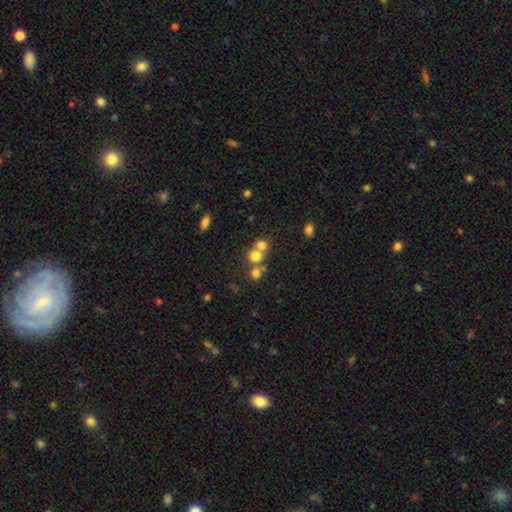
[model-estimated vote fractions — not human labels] Q: Smooth or featured?
A: smooth (71%); runner-up: star or artifact (16%)
Q: How rounded?
A: round (83%); runner-up: in between (16%)
Q: Merging?
A: merger (48%); runner-up: none (43%)